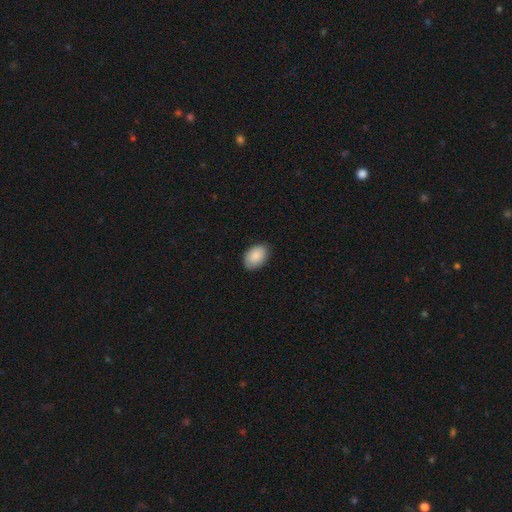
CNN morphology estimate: This appears to be a smooth galaxy with no disk features (88%) that is in between round and cigar-shaped (87%). Merging: none (85%).